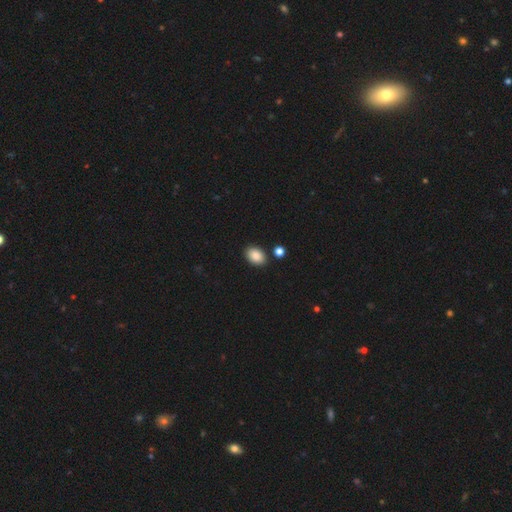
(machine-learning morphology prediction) smooth_or_featured: smooth (p=0.88) [alt: star or artifact p=0.08]
how_rounded: in between (p=0.80) [alt: round p=0.19]
merging: none (p=0.85) [alt: minor disturbance p=0.09]